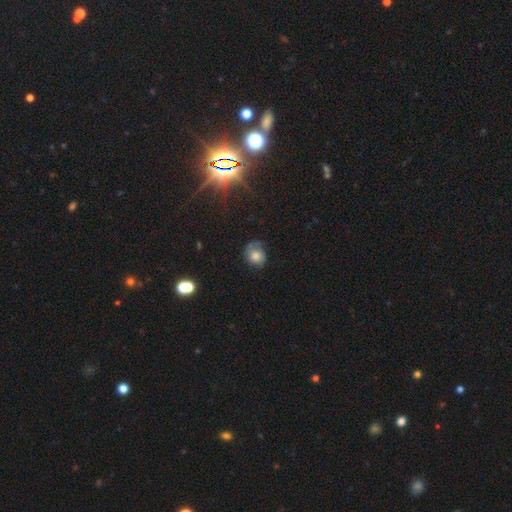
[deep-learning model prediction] This is possibly a smooth galaxy (56%). How rounded: likely round (63%). Merging: possibly none (53%).